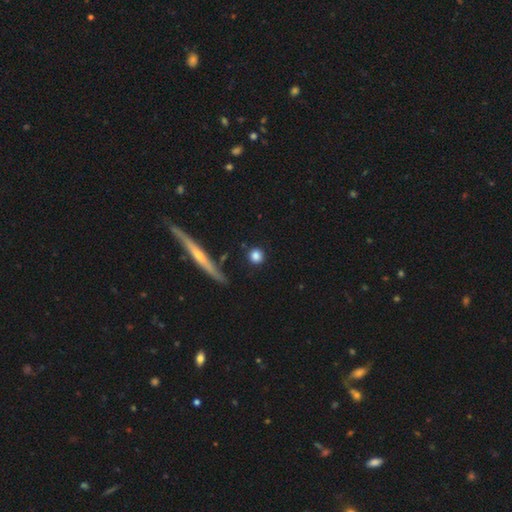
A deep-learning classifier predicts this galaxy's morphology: A smooth galaxy with no disk features (82%) that is round (90%). Merging: none (86%).